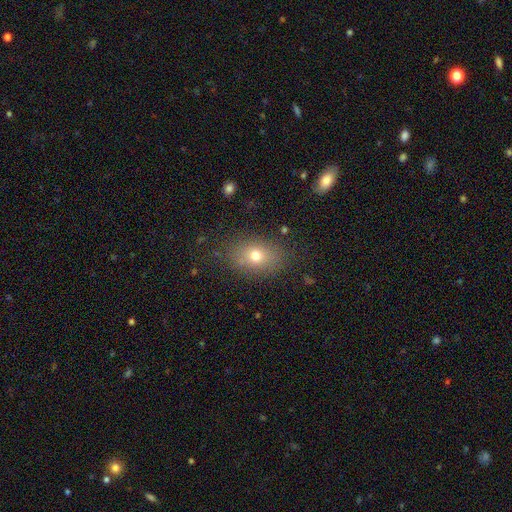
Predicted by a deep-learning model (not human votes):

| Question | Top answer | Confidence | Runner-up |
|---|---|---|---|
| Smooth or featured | smooth | 73% | featured or disk (14%) |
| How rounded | in between | 67% | round (31%) |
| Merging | none | 81% | minor disturbance (13%) |